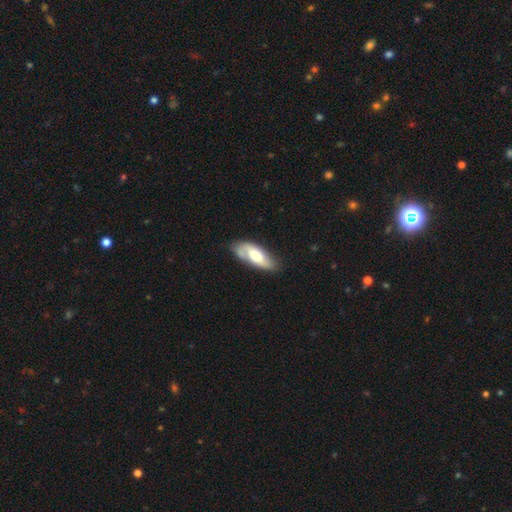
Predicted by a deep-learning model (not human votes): This is possibly a smooth galaxy (50%). Merging: likely none (63%).